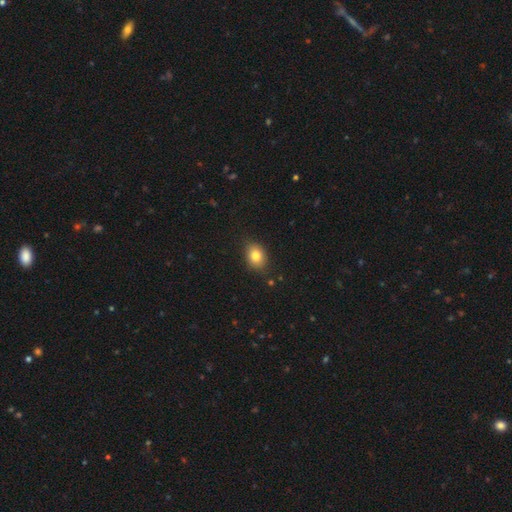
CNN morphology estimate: smooth 82%, star or artifact 10%, featured or disk 8%. Down the decision tree: how rounded — in between (62%); merging — none (84%).